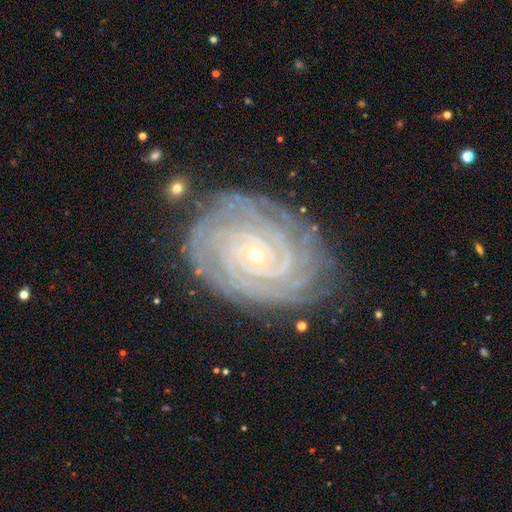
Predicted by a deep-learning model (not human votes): A featured or disk galaxy (91%) with no bar (70%), 4 (23%) tight (88%) spiral arms (98%) and a small central bulge (76%). Merging: none (79%).